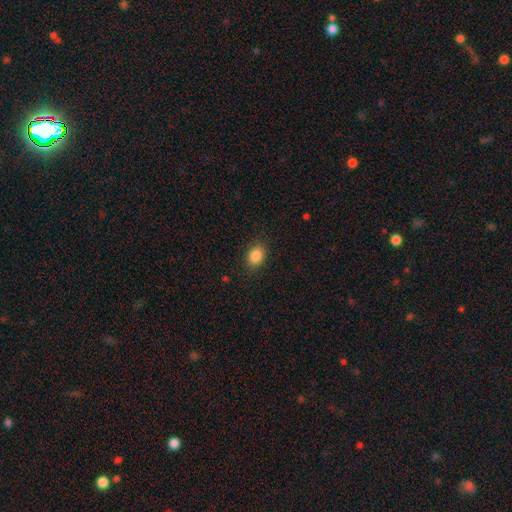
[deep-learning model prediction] The model was most divided on "how rounded": in between: 68%, round: 31%, cigar-shaped: 1%. More confident: smooth or featured — smooth (87%); merging — none (86%).